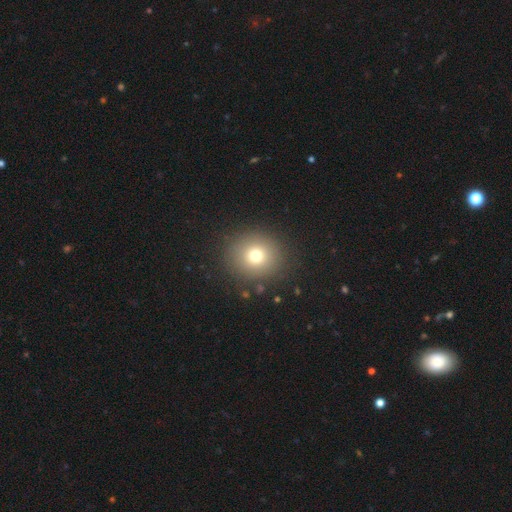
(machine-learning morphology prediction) A smooth galaxy with no disk features (73%) that is round (88%). Merging: none (88%).